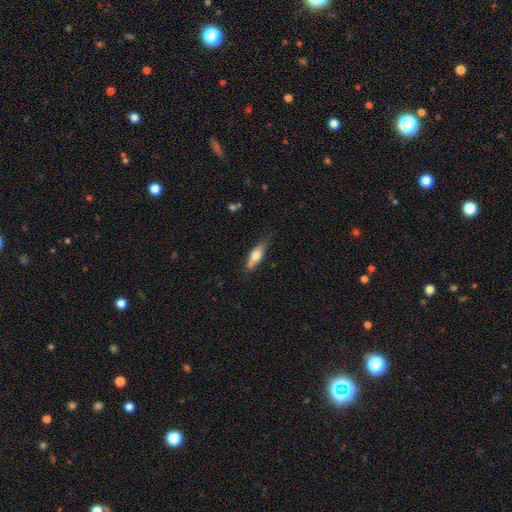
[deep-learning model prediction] smooth 69%, featured or disk 24%, star or artifact 7%. Down the decision tree: how rounded — in between (63%); merging — none (59%).